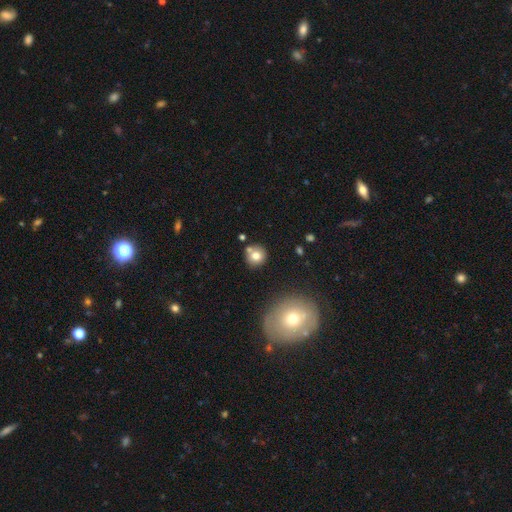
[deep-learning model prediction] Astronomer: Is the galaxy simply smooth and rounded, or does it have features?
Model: smooth — 75%.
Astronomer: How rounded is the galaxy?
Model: round — 89%.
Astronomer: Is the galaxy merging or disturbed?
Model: none — 68%.